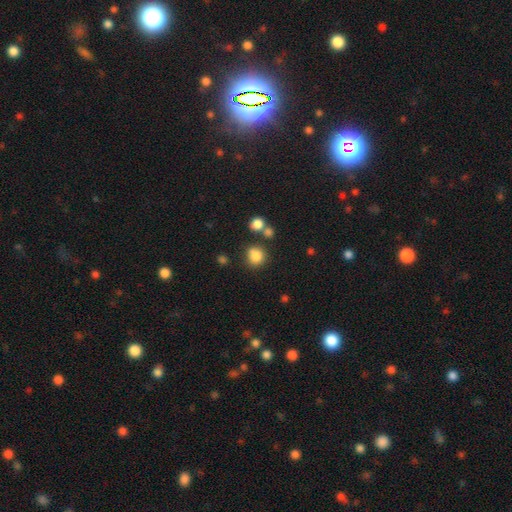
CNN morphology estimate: Smooth or featured? Predicted: smooth (p=0.84). How rounded? Predicted: round (p=0.82). Merging? Predicted: none (p=0.70).